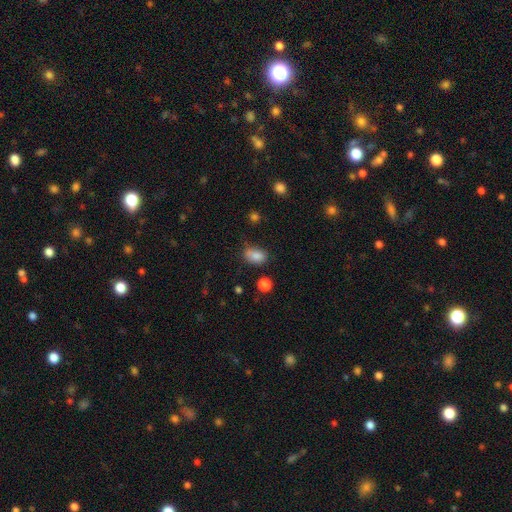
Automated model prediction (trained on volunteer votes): This appears to be a smooth galaxy with no disk features (85%) that is in between round and cigar-shaped (86%). Merging: none (65%).